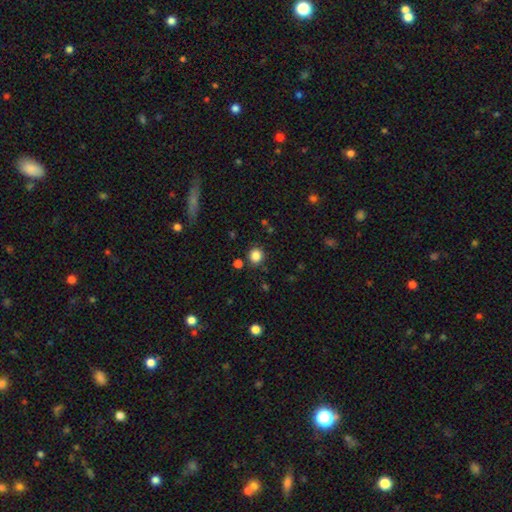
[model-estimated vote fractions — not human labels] A smooth galaxy with no disk features (85%) that is round (88%). Merging: none (87%).